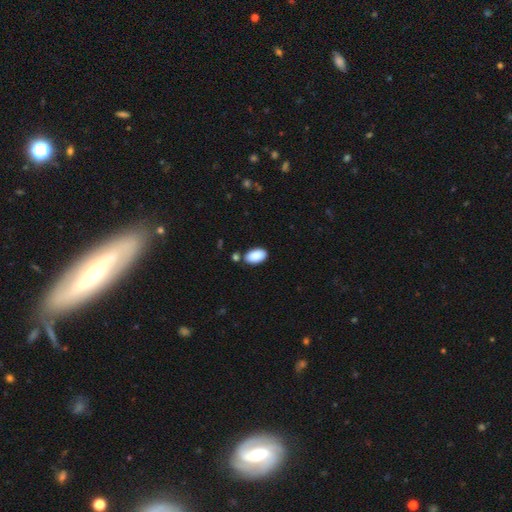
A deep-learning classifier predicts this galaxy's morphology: A smooth galaxy with no disk features (90%) that is in between round and cigar-shaped (94%).

Vote fractions:
- Smooth or featured? smooth: 90% / star or artifact: 6% / featured or disk: 4%
- How rounded? in between: 94% / round: 4% / cigar-shaped: 2%
- Merging? none: 76% / minor disturbance: 12% / merger: 8% / major disturbance: 3%